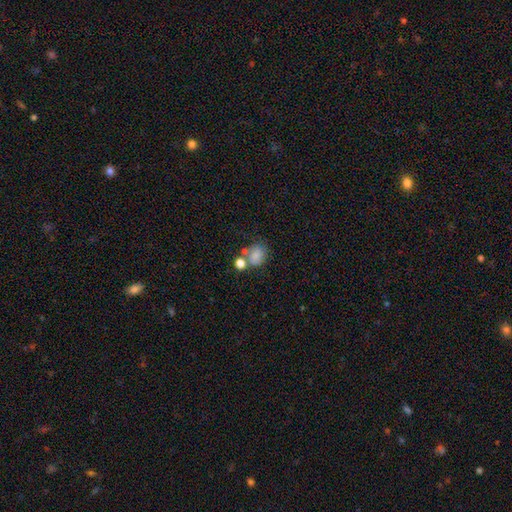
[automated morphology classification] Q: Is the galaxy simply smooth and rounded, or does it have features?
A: smooth — 75%.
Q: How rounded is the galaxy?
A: round — 57%.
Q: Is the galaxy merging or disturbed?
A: none — 43%.